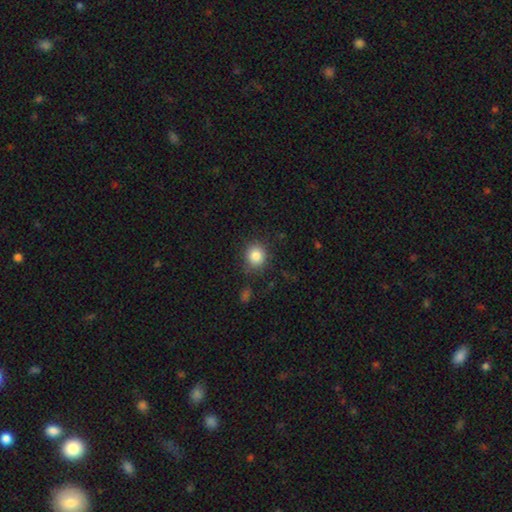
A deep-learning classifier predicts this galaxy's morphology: smooth-or-featured: smooth: 85% | star or artifact: 10% | featured or disk: 6%
  how-rounded: round: 81% | in between: 18% | cigar-shaped: 1%
  merging: none: 84% | minor disturbance: 11% | major disturbance: 4% | merger: 2%